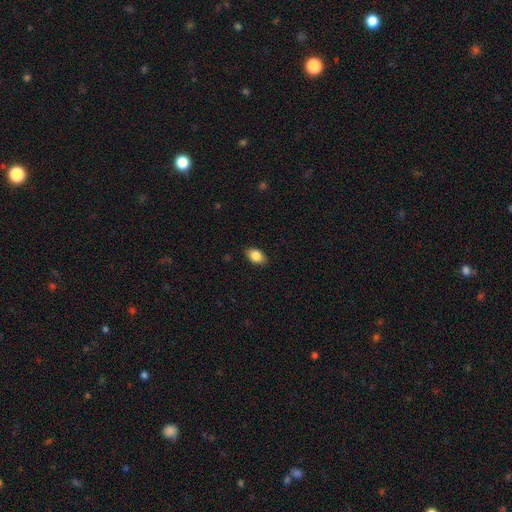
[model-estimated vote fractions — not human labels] Smooth or featured? smooth (85%)
How rounded? in between (85%)
Merging? none (85%)